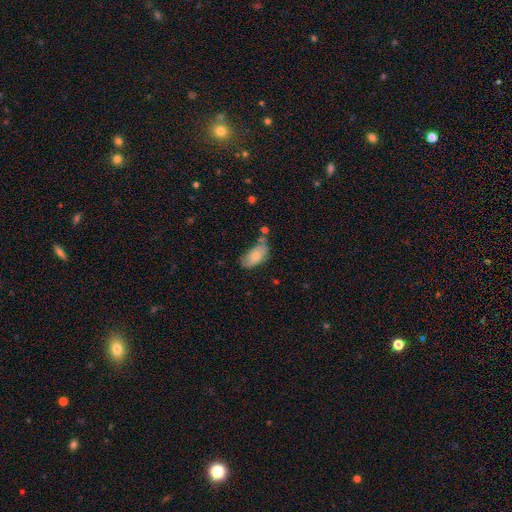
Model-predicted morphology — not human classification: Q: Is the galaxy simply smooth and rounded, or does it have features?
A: smooth — 70%.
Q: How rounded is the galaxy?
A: in between — 92%.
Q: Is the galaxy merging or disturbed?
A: none — 43%.